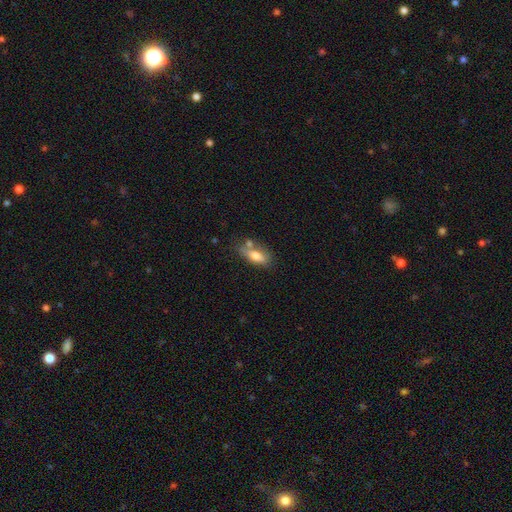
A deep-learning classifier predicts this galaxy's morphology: type=smooth (70%); roundness=in between (77%); merging=none (57%).